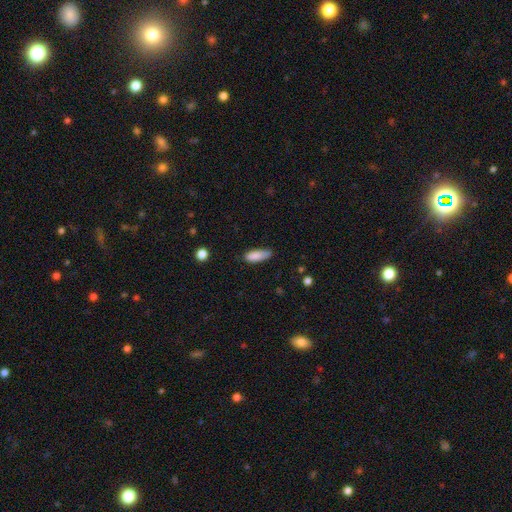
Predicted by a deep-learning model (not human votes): smooth 86%, star or artifact 7%, featured or disk 7%. Down the decision tree: how rounded — in between (63%); merging — none (66%).